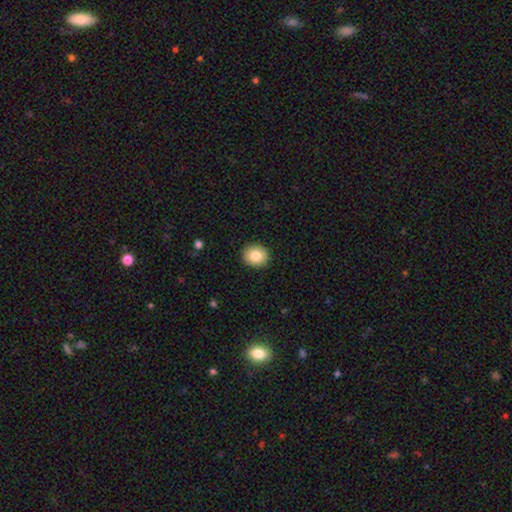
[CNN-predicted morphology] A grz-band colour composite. It shows a smooth galaxy with no disk features (83%) that is round (76%). Merging: none (91%).